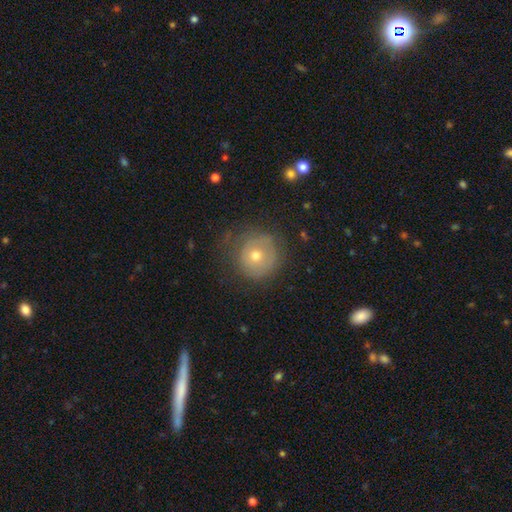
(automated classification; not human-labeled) Smooth or featured?
  - smooth: 53% *
  - featured or disk: 37%
  - star or artifact: 10%
How rounded?
  - round: 91% *
  - in between: 8%
  - cigar-shaped: 1%
Merging?
  - none: 68% *
  - minor disturbance: 20%
  - major disturbance: 11%
  - merger: 2%